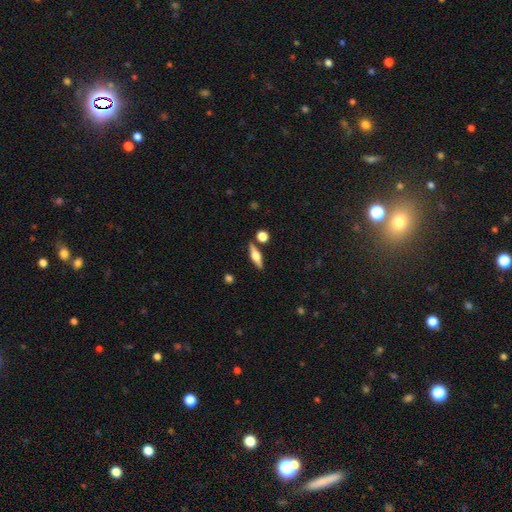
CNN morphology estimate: A featured or disk galaxy (58%) viewed edge-on (95%) with a rounded central bulge (92%).

Vote fractions:
- Smooth or featured? featured or disk: 58% / smooth: 35% / star or artifact: 7%
- Edge-on disk? yes: 95% / no: 5%
- Edge-on bulge? rounded: 92% / boxy: 6% / none: 2%
- Merging? none: 84% / minor disturbance: 8% / merger: 6% / major disturbance: 2%